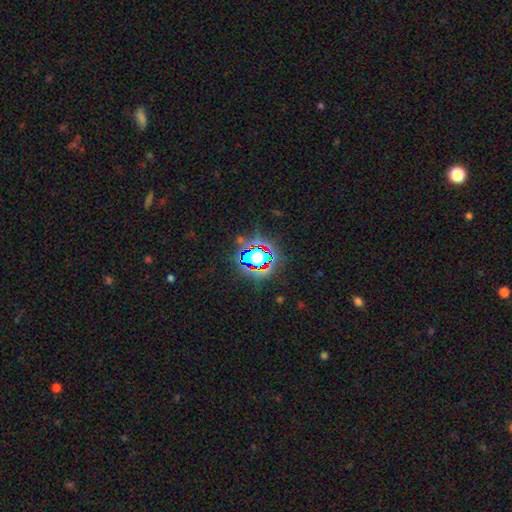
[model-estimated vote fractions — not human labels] Overall: star or artifact (65%).